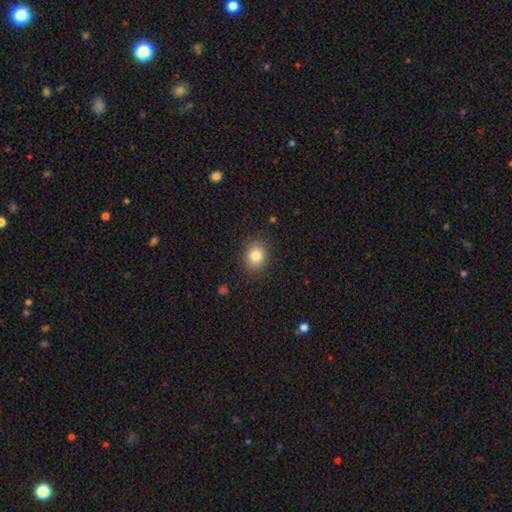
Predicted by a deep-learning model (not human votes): This appears to be a smooth galaxy with no disk features (83%) that is round (63%). Merging: none (86%).